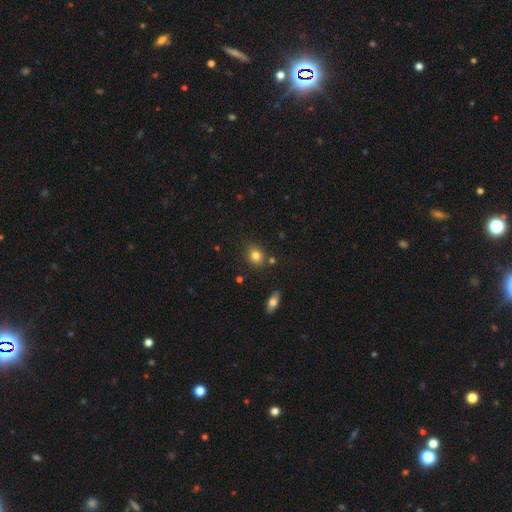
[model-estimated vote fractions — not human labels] smooth-or-featured: smooth: 82% | star or artifact: 10% | featured or disk: 8%
  how-rounded: round: 58% | in between: 41% | cigar-shaped: 1%
  merging: none: 78% | minor disturbance: 12% | merger: 6% | major disturbance: 3%